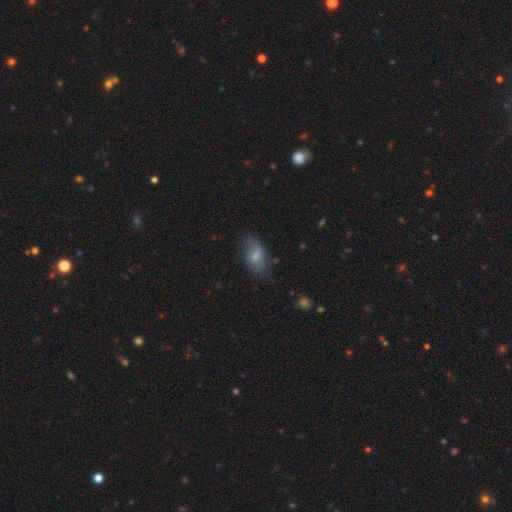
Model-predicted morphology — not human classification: A smooth galaxy with no disk features (60%) that is in between round and cigar-shaped (90%).

Vote fractions:
- Smooth or featured? smooth: 60% / featured or disk: 32% / star or artifact: 8%
- How rounded? in between: 90% / round: 8% / cigar-shaped: 2%
- Merging? none: 58% / minor disturbance: 30% / major disturbance: 10% / merger: 2%